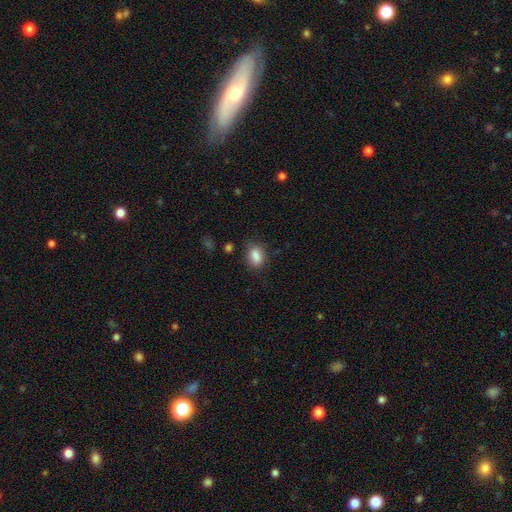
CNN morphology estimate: smooth_or_featured: smooth (p=0.86) [alt: star or artifact p=0.09]
how_rounded: in between (p=0.79) [alt: round p=0.19]
merging: none (p=0.77) [alt: minor disturbance p=0.17]